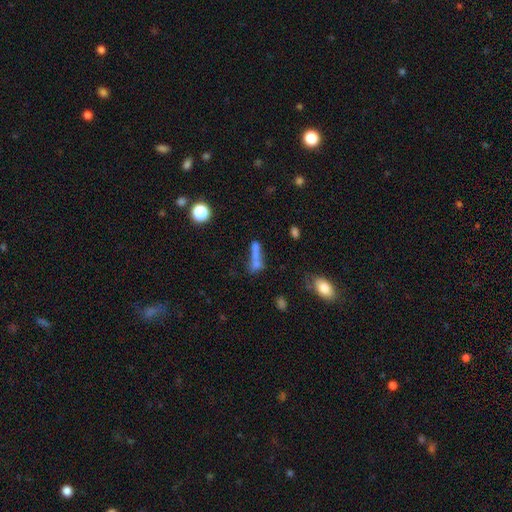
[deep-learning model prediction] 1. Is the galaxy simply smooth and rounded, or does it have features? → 61% smooth, 24% featured or disk, 16% star or artifact.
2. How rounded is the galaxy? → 61% cigar-shaped, 28% in between, 10% round.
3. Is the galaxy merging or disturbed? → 38% merger, 36% none, 13% minor disturbance, 13% major disturbance.